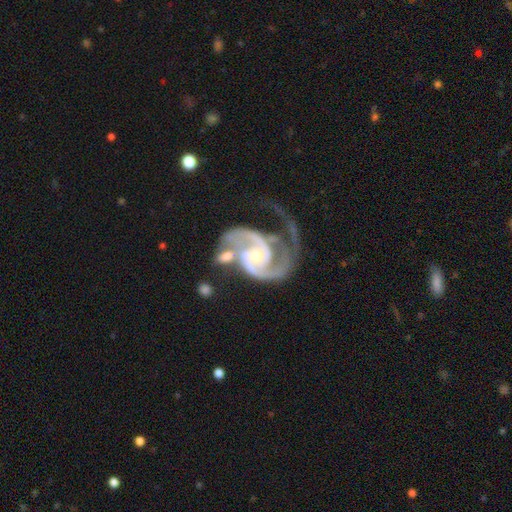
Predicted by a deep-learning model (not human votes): A featured or disk galaxy (93%) with no bar (59%), 2 (81%) medium (51%) spiral arms (98%) and a small central bulge (59%).

Vote fractions:
- Smooth or featured? featured or disk: 93% / star or artifact: 4% / smooth: 3%
- Edge-on disk? no: 98% / yes: 2%
- Bar? no: 59% / weak: 30% / strong: 11%
- Spiral arms? yes: 98% / no: 2%
- Spiral winding? medium: 51% / tight: 34% / loose: 15%
- Spiral arm count? 2: 81% / 3: 7% / can't tell: 5% / 1: 4% / 4: 2% / more than 4: 2%
- Bulge size? small: 59% / moderate: 37% / large: 2% / none: 2% / dominant: 1%
- Merging? major disturbance: 29% / merger: 27% / none: 27% / minor disturbance: 17%